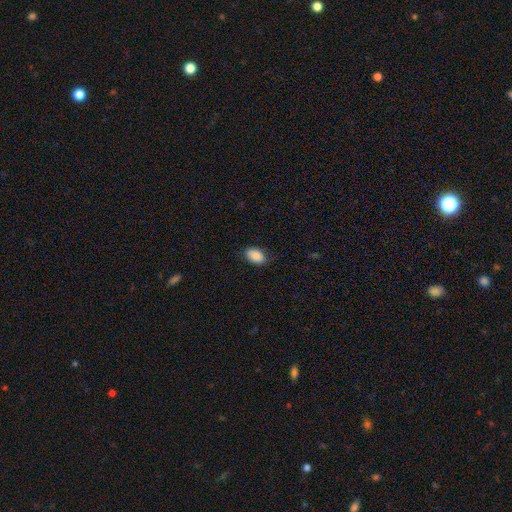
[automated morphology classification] smooth 87%, star or artifact 7%, featured or disk 5%. Down the decision tree: how rounded — in between (87%); merging — none (81%).